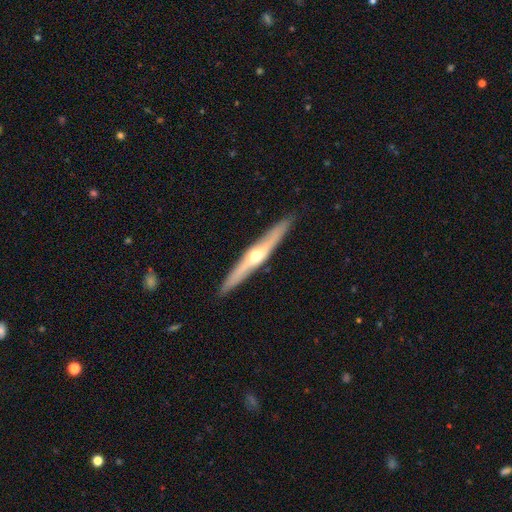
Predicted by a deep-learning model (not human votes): smooth_or_featured: featured or disk (p=0.71) [alt: smooth p=0.24]
disk_edge_on: yes (p=0.95) [alt: no p=0.05]
edge_on_bulge: rounded (p=0.91) [alt: none p=0.06]
merging: none (p=0.91) [alt: minor disturbance p=0.07]